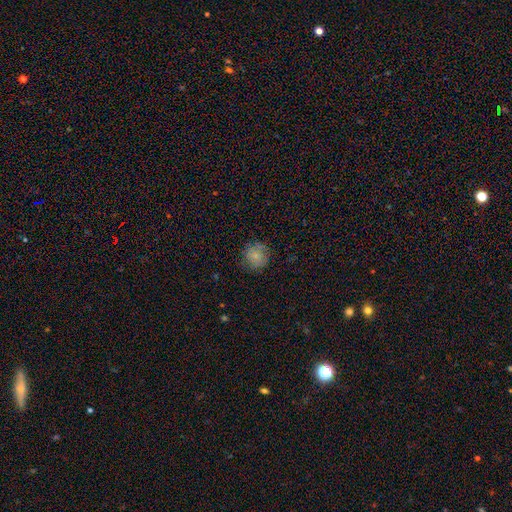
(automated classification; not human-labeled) This appears to be a smooth galaxy with no disk features (77%) that is round (90%). Merging: none (76%).